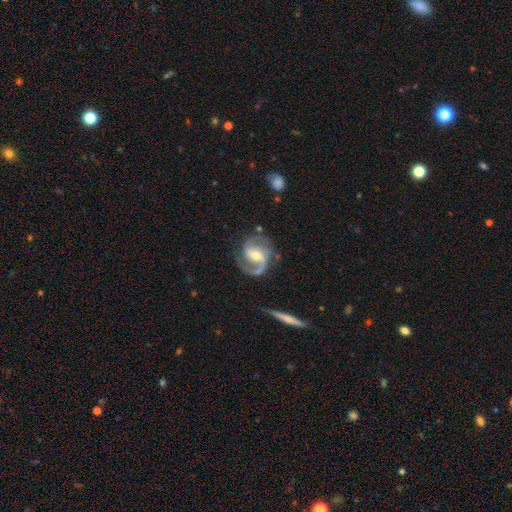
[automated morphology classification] The model was most divided on "bar": weak: 42%, no: 35%, strong: 23%. More confident: spiral arms — yes (97%); edge-on disk — no (97%); smooth or featured — featured or disk (89%); spiral arm count — 2 (83%); merging — none (73%); bulge size — moderate (58%); spiral winding — medium (55%).